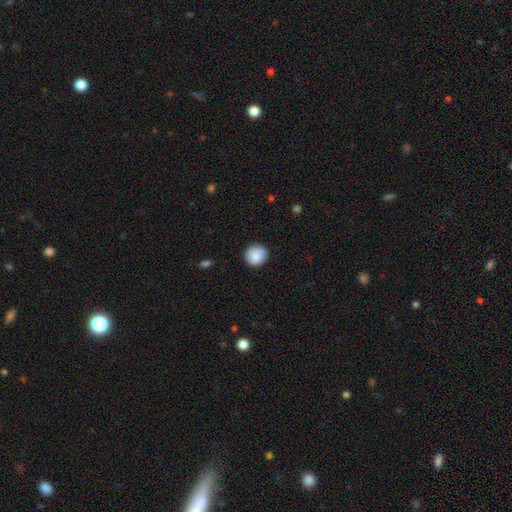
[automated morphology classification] Smooth or featured?
  - smooth: 87% *
  - star or artifact: 8%
  - featured or disk: 6%
How rounded?
  - round: 89% *
  - in between: 10%
  - cigar-shaped: 1%
Merging?
  - none: 87% *
  - minor disturbance: 10%
  - major disturbance: 2%
  - merger: 1%